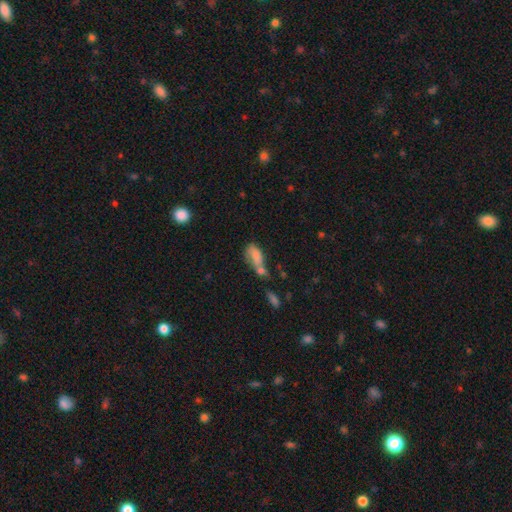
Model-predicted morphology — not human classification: Smooth or featured? smooth (72%)
How rounded? in between (86%)
Merging? merger (52%)